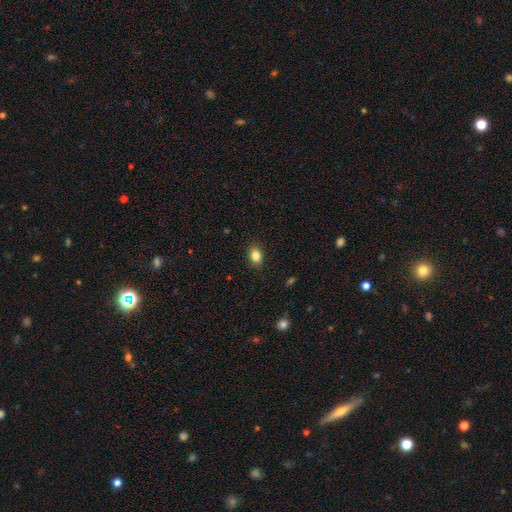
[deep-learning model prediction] Smooth or featured? Predicted: smooth (p=0.85). How rounded? Predicted: in between (p=0.74). Merging? Predicted: none (p=0.88).